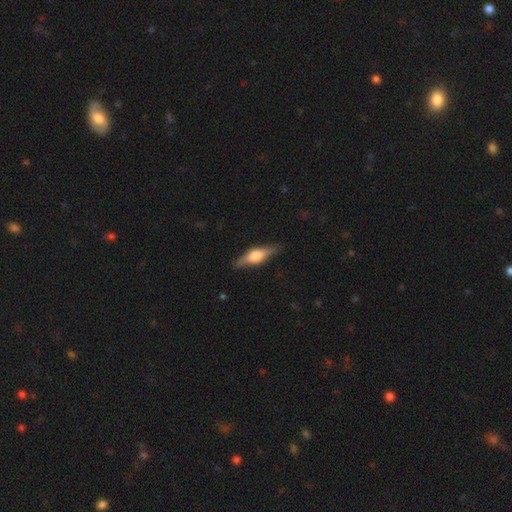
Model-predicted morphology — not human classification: Smooth or featured? featured or disk (59%)
Edge-on disk? yes (95%)
Edge-on bulge? rounded (87%)
Merging? none (86%)